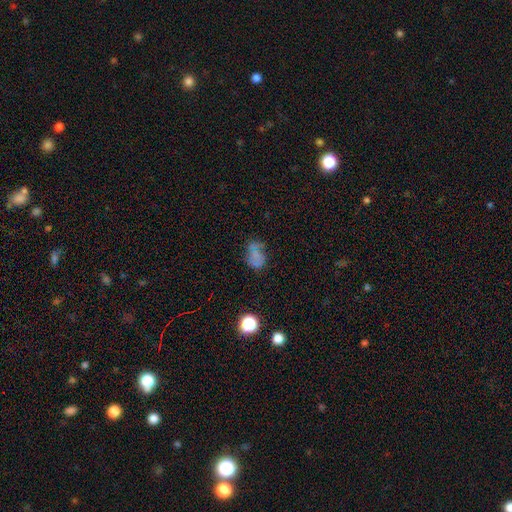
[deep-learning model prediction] Q: Smooth or featured?
A: smooth (55%); runner-up: featured or disk (25%)
Q: How rounded?
A: in between (65%); runner-up: round (34%)
Q: Merging?
A: none (43%); runner-up: minor disturbance (24%)